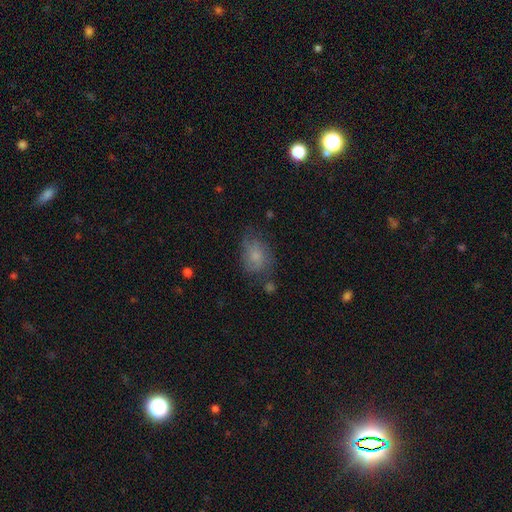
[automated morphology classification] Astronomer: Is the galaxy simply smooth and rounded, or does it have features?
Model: smooth — 65%.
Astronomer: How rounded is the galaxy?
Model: in between — 70%.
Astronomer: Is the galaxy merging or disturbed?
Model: none — 56%.